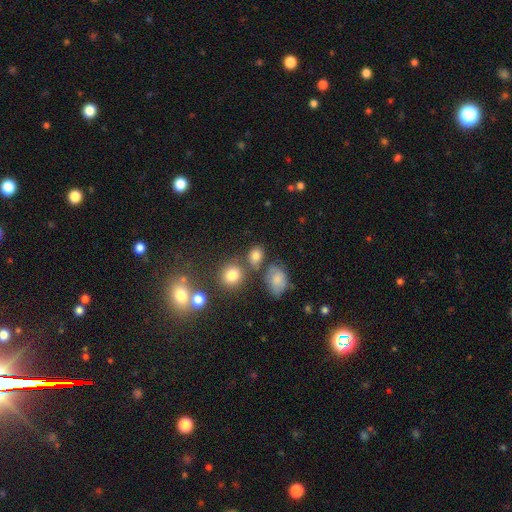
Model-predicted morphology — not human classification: Smooth or featured? Predicted: smooth (p=0.78). How rounded? Predicted: in between (p=0.52). Merging? Predicted: none (p=0.62).